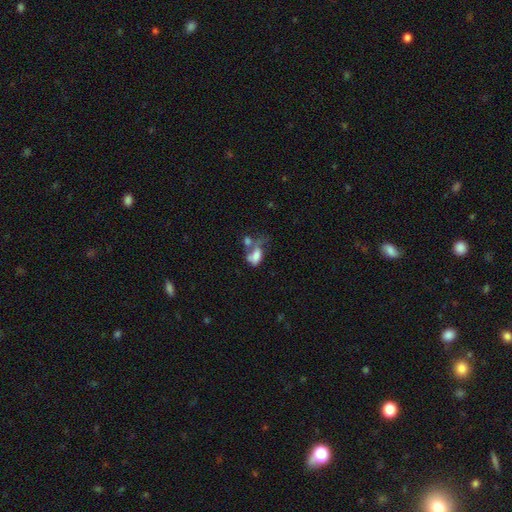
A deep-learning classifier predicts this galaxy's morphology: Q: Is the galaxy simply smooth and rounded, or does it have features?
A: smooth — 62%.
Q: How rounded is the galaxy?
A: in between — 86%.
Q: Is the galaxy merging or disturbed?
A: merger — 48%.